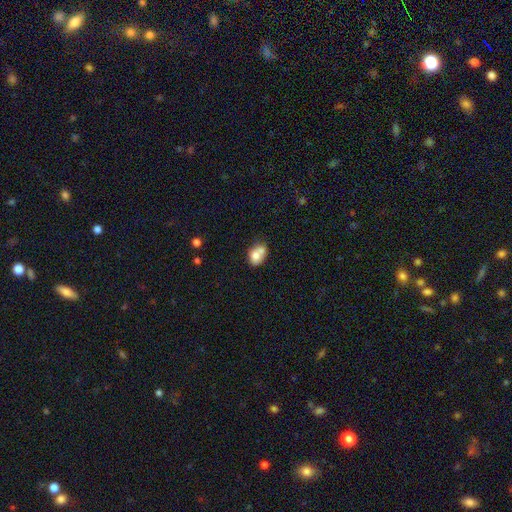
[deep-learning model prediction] smooth-or-featured: smooth: 71% | featured or disk: 20% | star or artifact: 9%
  how-rounded: in between: 57% | round: 42% | cigar-shaped: 1%
  merging: merger: 54% | none: 29% | minor disturbance: 12% | major disturbance: 5%